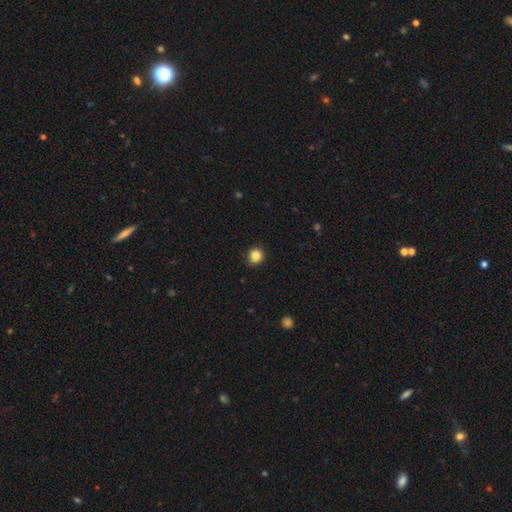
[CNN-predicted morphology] smooth_or_featured: smooth (p=0.85) [alt: star or artifact p=0.11]
how_rounded: round (p=0.93) [alt: in between p=0.06]
merging: none (p=0.91) [alt: minor disturbance p=0.06]